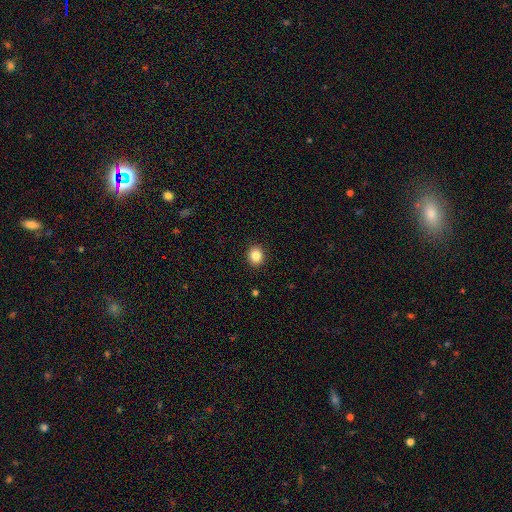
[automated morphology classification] Smooth or featured? Predicted: smooth (p=0.84). How rounded? Predicted: round (p=0.83). Merging? Predicted: none (p=0.93).